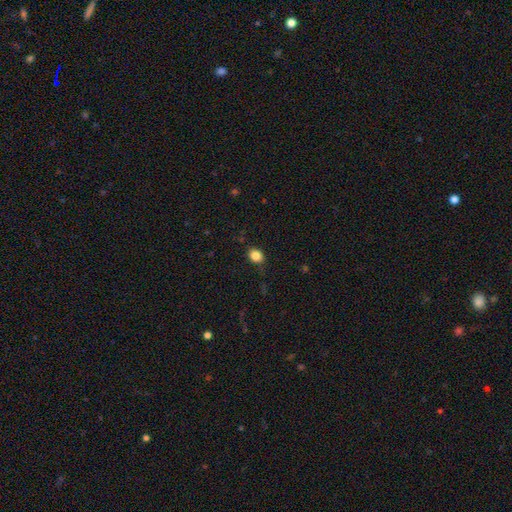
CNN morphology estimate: This appears to be a smooth galaxy with no disk features (84%) that is in between round and cigar-shaped (55%). Merging: none (82%).